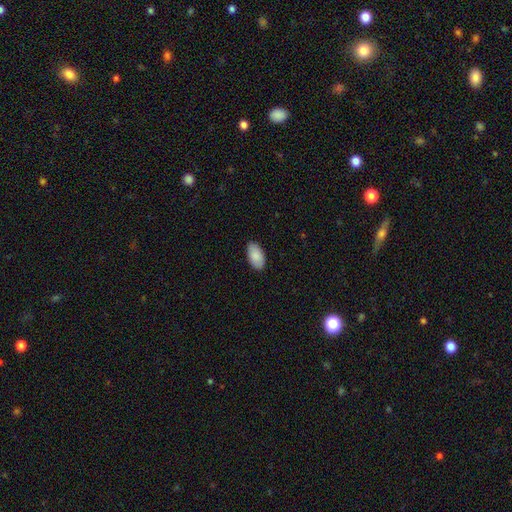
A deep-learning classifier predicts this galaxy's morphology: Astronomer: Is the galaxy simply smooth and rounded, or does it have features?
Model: smooth — 88%.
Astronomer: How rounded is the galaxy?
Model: in between — 95%.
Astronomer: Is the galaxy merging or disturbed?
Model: none — 87%.